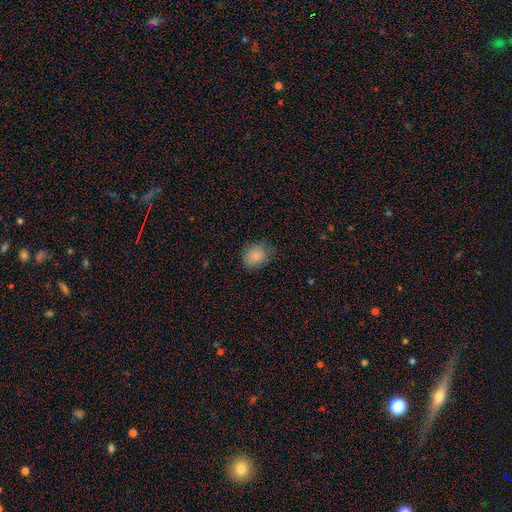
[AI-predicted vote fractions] Morphology: type=smooth (86%); roundness=in between (61%); merging=none (74%).